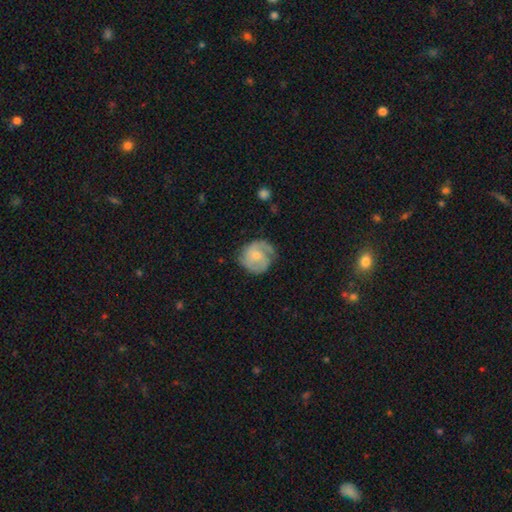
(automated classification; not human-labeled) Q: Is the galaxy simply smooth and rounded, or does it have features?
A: featured or disk — 66%.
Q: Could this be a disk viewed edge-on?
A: no — 98%.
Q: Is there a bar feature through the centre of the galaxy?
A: no — 67%.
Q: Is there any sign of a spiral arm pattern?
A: yes — 90%.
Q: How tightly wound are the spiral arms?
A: tight — 43%.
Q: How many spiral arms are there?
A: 2 — 54%.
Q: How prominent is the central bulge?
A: small — 55%.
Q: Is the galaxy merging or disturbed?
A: none — 66%.